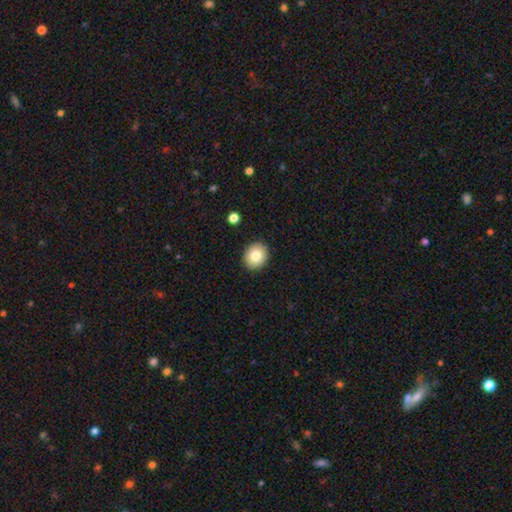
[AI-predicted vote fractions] smooth 81%, featured or disk 10%, star or artifact 9%. Down the decision tree: how rounded — round (71%); merging — none (90%).